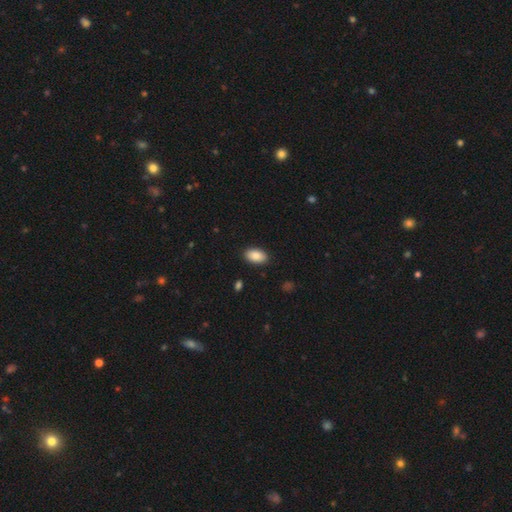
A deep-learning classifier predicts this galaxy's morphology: Smooth or featured? Predicted: smooth (p=0.89). How rounded? Predicted: in between (p=0.94). Merging? Predicted: none (p=0.89).